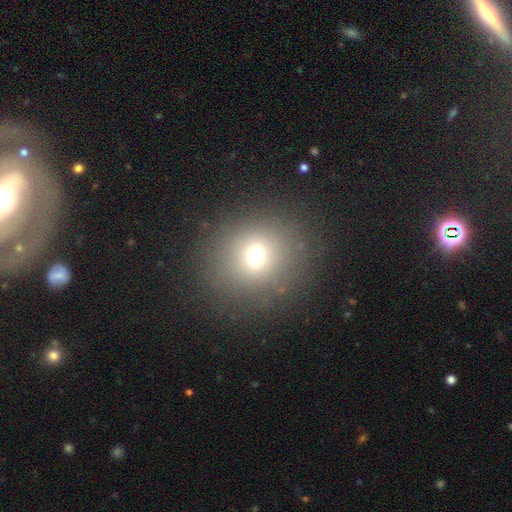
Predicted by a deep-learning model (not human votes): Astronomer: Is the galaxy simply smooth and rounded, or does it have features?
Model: smooth — 69%.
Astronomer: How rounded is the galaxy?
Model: round — 81%.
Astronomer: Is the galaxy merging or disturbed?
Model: none — 85%.